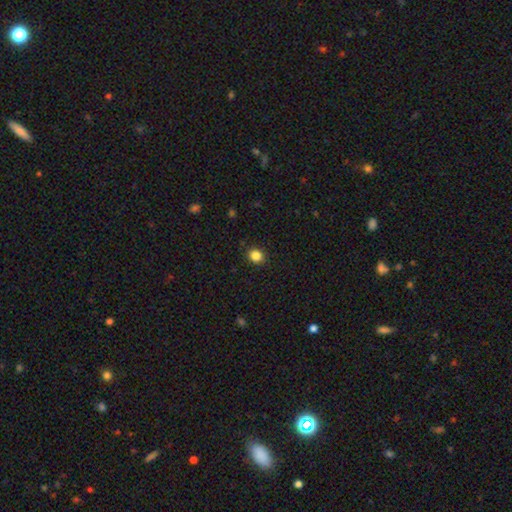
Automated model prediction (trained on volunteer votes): This appears to be a smooth galaxy with no disk features (85%) that is round (77%). Merging: none (91%).